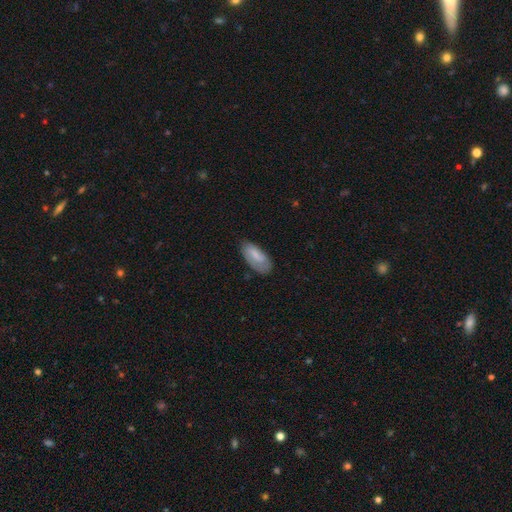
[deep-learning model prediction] Smooth or featured? smooth (66%)
How rounded? in between (89%)
Merging? none (66%)